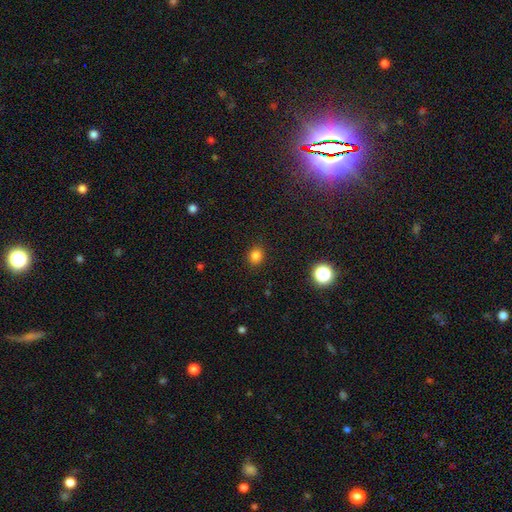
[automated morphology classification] Overall: smooth (82%). How rounded: round (76%). Merging: none (89%).